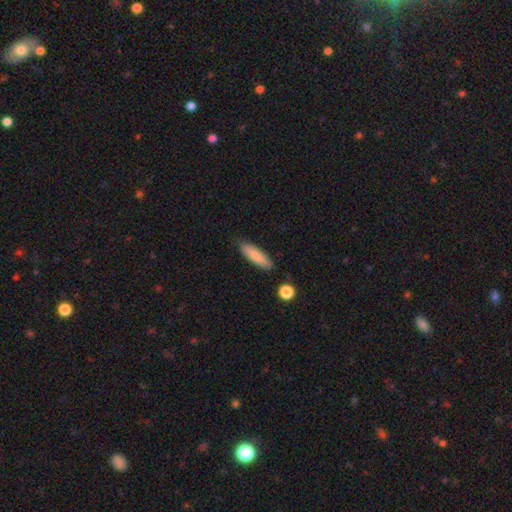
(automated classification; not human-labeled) Q: Smooth or featured?
A: smooth (83%); runner-up: featured or disk (11%)
Q: How rounded?
A: cigar-shaped (60%); runner-up: in between (38%)
Q: Merging?
A: none (84%); runner-up: minor disturbance (12%)